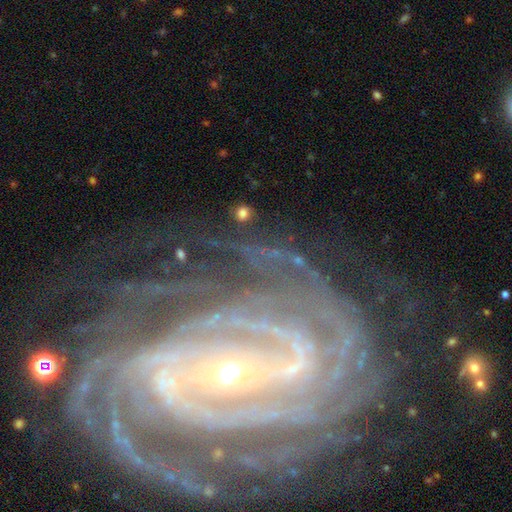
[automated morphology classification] This appears to be a featured or disk galaxy (87%) with a strong bar (42%), tight (75%) spiral arms (97%) and a small central bulge (63%). Merging: none (72%).